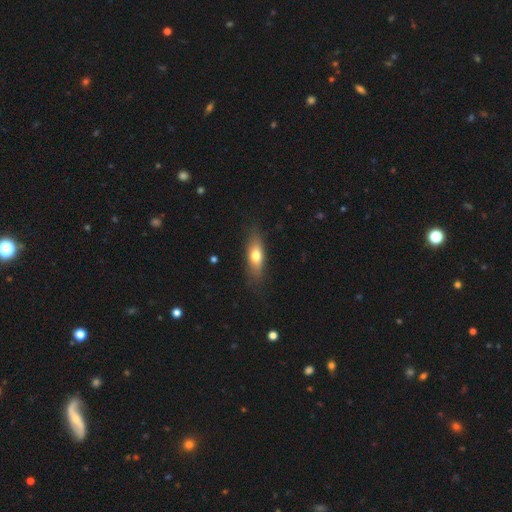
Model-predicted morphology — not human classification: This is likely a smooth galaxy (68%). How rounded: likely in between (61%). Merging: clearly none (81%).